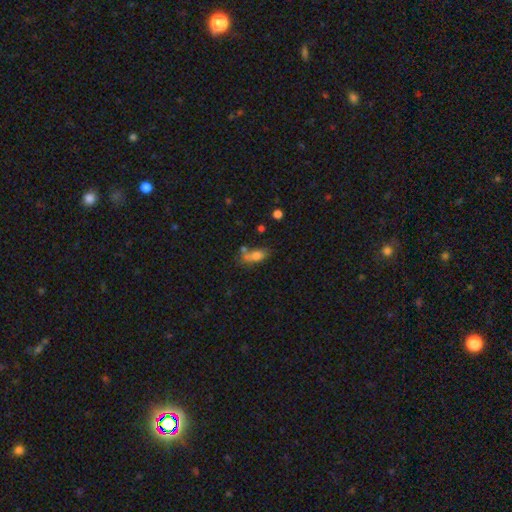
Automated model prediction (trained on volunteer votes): Smooth or featured? smooth (72%)
How rounded? in between (78%)
Merging? none (43%)